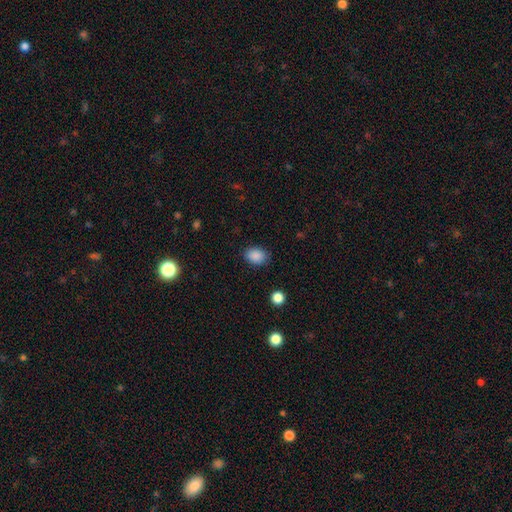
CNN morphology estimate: Smooth or featured? smooth (87%)
How rounded? in between (62%)
Merging? none (82%)